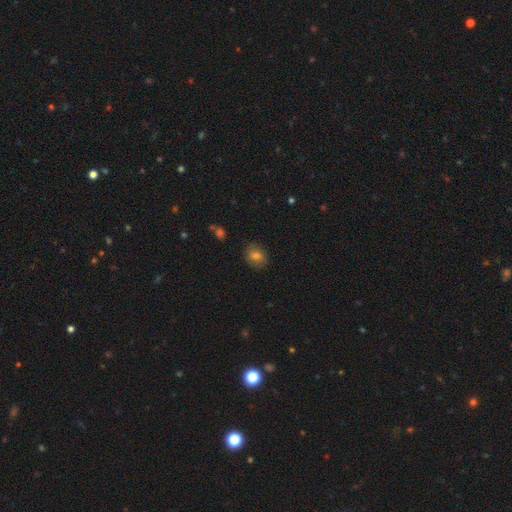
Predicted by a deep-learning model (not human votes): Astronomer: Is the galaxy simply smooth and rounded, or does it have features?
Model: smooth — 74%.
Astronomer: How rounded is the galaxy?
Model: round — 51% (runner-up: in between, 47%).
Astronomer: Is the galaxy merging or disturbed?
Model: none — 83%.